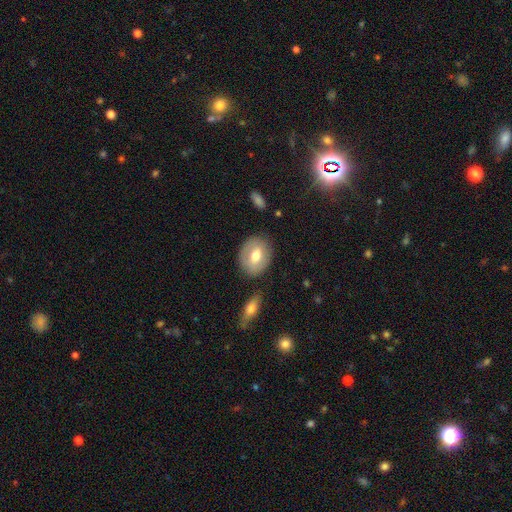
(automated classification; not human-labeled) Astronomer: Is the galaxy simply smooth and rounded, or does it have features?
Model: smooth — 64%.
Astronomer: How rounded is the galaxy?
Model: in between — 55% (runner-up: round, 44%).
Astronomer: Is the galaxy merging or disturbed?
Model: none — 80%.